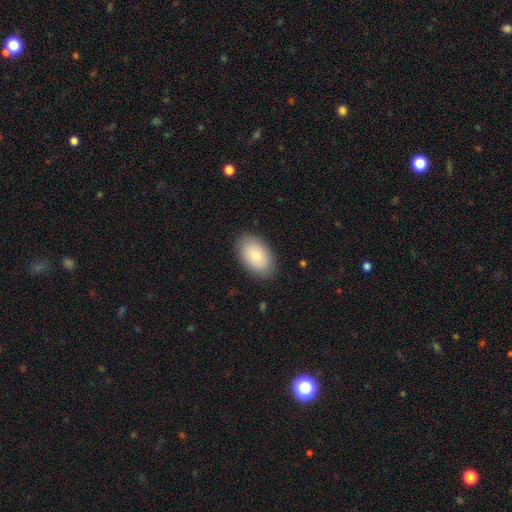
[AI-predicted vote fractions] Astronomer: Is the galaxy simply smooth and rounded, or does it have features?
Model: smooth — 83%.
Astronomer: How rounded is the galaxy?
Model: in between — 92%.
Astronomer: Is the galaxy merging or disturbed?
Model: none — 86%.